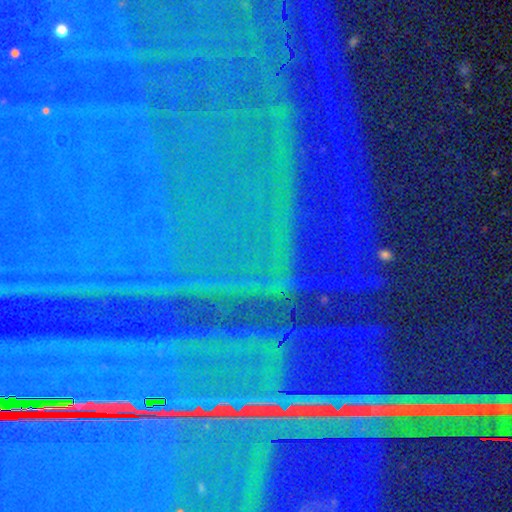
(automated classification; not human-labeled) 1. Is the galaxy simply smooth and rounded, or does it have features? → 88% star or artifact, 7% featured or disk, 5% smooth.